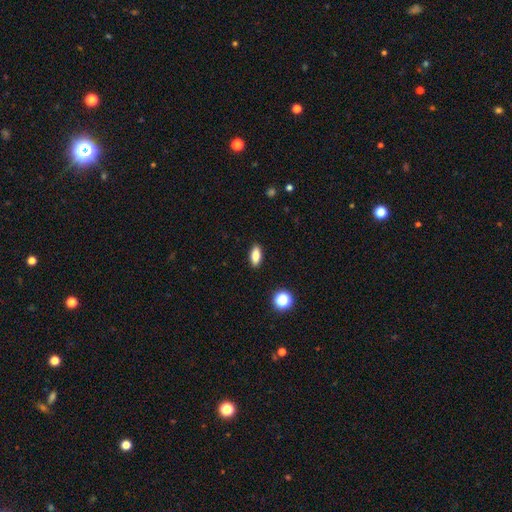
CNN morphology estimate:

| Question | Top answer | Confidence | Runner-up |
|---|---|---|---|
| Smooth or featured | smooth | 83% | star or artifact (9%) |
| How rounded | in between | 80% | cigar-shaped (16%) |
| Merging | none | 90% | minor disturbance (7%) |